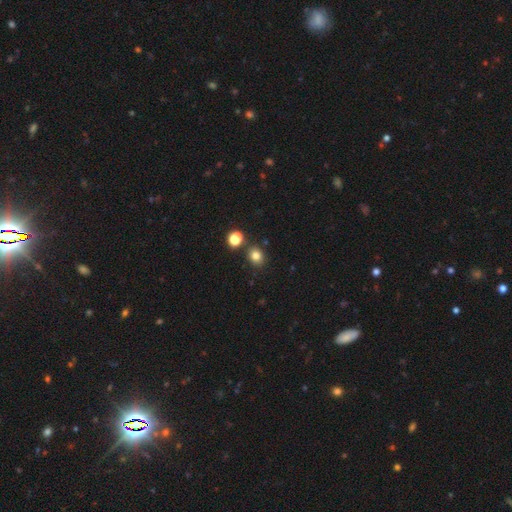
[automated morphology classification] type=smooth (80%); roundness=round (65%); merging=none (81%).